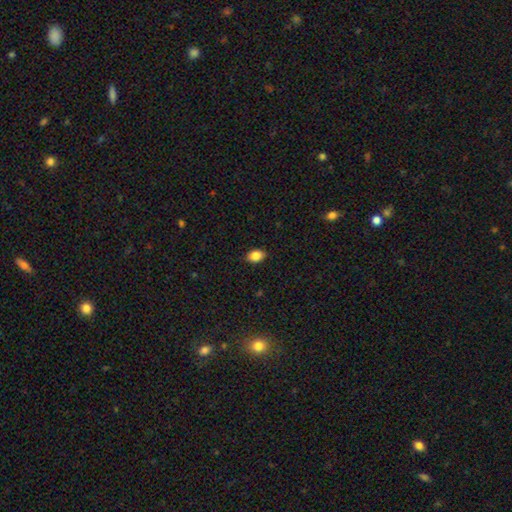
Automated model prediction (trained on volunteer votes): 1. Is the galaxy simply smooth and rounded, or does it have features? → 86% smooth, 9% star or artifact, 5% featured or disk.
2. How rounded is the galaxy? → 82% in between, 17% round, 1% cigar-shaped.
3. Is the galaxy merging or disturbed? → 88% none, 9% minor disturbance, 2% major disturbance, 1% merger.